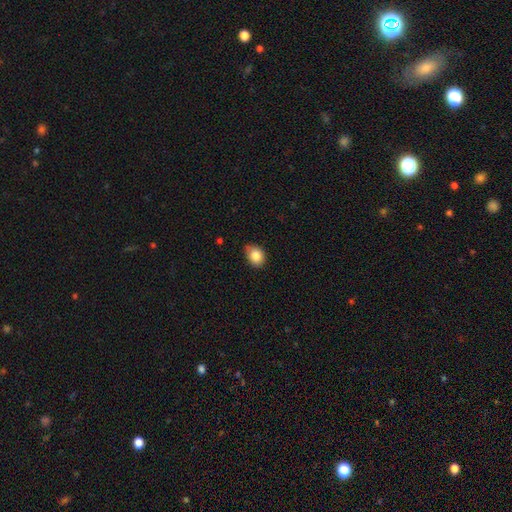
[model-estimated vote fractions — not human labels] smooth_or_featured: smooth (p=0.84) [alt: star or artifact p=0.09]
how_rounded: in between (p=0.59) [alt: round p=0.40]
merging: none (p=0.72) [alt: minor disturbance p=0.23]